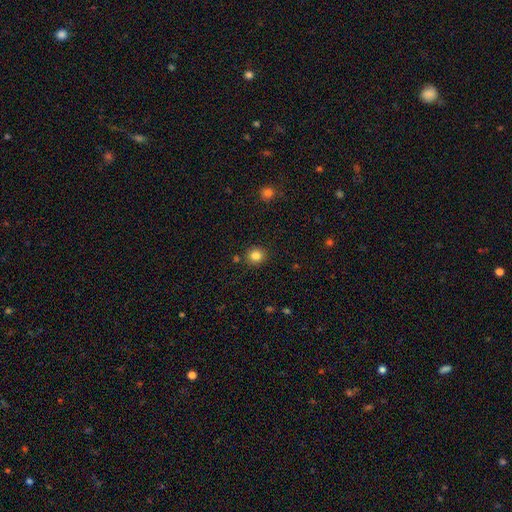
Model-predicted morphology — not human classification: A smooth galaxy with no disk features (83%) that is round (90%).

Vote fractions:
- Smooth or featured? smooth: 83% / star or artifact: 12% / featured or disk: 5%
- How rounded? round: 90% / in between: 9% / cigar-shaped: 1%
- Merging? none: 88% / minor disturbance: 7% / merger: 3% / major disturbance: 2%